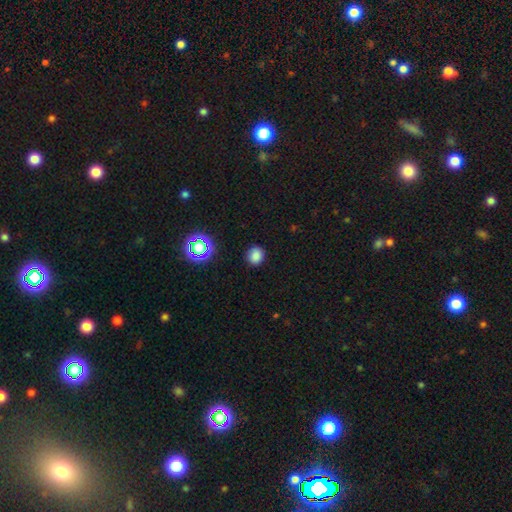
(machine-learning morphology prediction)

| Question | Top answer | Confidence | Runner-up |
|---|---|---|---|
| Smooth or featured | smooth | 80% | star or artifact (15%) |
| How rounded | round | 80% | in between (19%) |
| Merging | none | 88% | minor disturbance (8%) |